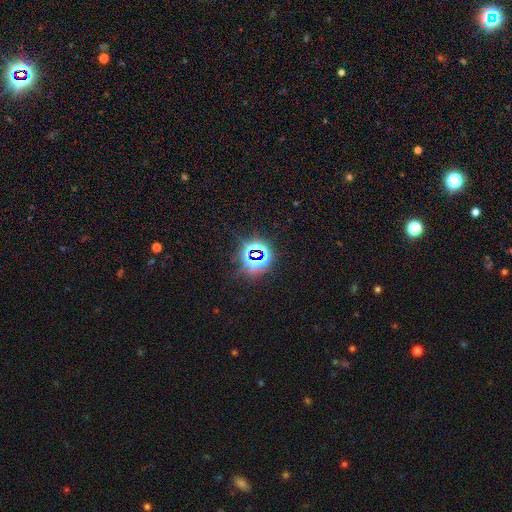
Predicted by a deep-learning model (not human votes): Morphology: type=star or artifact (78%).